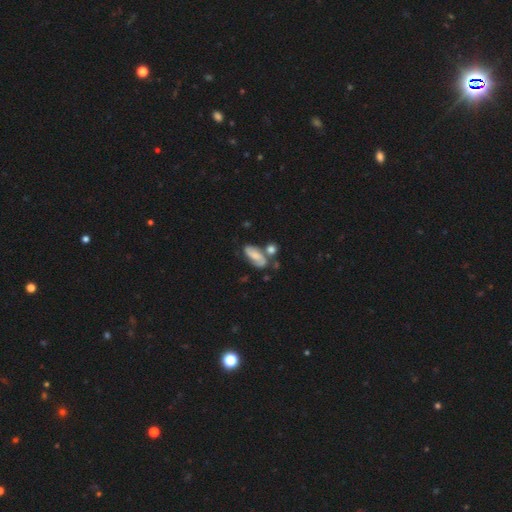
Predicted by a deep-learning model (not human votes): Smooth or featured? Predicted: featured or disk (p=0.51). Edge-on disk? Predicted: no (p=0.93). Merging? Predicted: none (p=0.44).